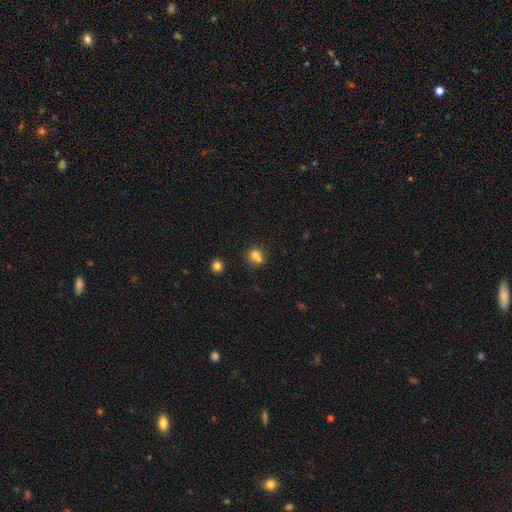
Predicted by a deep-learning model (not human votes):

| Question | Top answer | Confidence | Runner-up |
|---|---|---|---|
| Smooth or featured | smooth | 76% | star or artifact (13%) |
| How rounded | round | 65% | in between (34%) |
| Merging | none | 42% | merger (38%) |